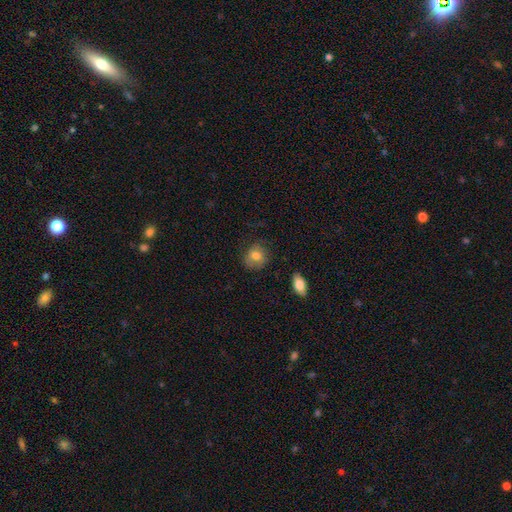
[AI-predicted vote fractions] Q: Smooth or featured?
A: smooth (78%); runner-up: featured or disk (14%)
Q: How rounded?
A: round (69%); runner-up: in between (30%)
Q: Merging?
A: none (72%); runner-up: minor disturbance (20%)